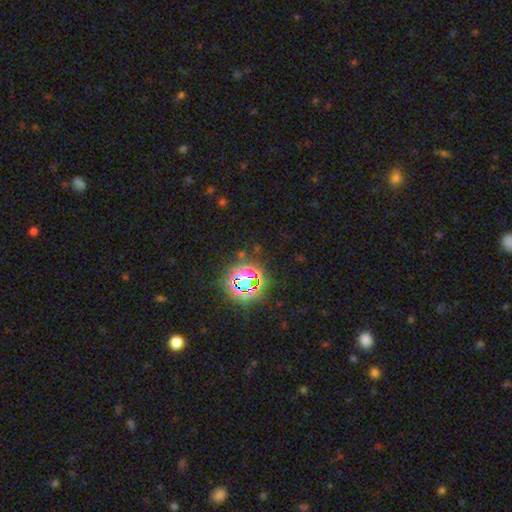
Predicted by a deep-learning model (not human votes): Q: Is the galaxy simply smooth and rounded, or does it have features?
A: star or artifact — 77%.